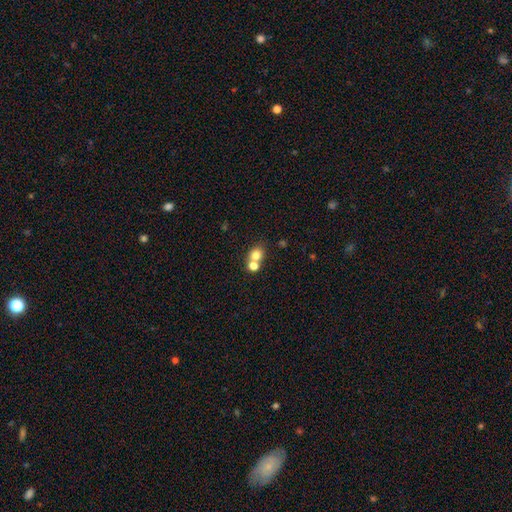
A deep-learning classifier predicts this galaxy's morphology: smooth 77%, star or artifact 13%, featured or disk 11%. Down the decision tree: how rounded — round (69%); merging — none (47%).